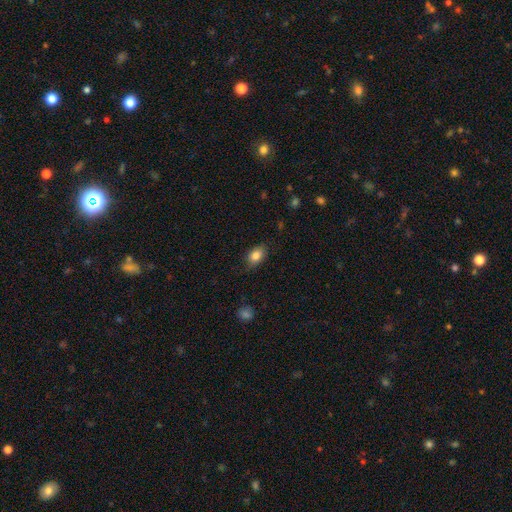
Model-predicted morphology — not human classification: Smooth or featured? Predicted: smooth (p=0.84). How rounded? Predicted: in between (p=0.83). Merging? Predicted: none (p=0.81).